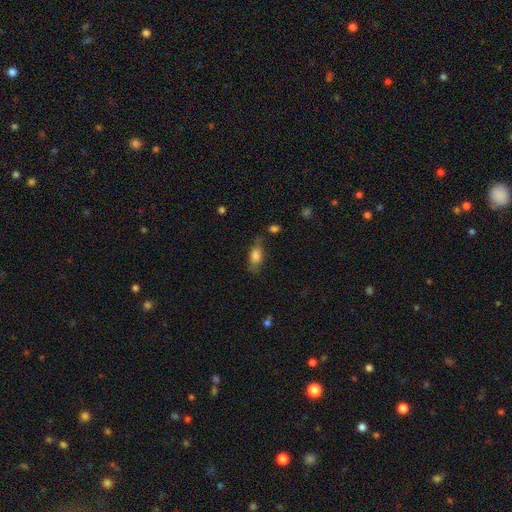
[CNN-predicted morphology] type=smooth (75%); roundness=in between (79%); merging=none (68%).